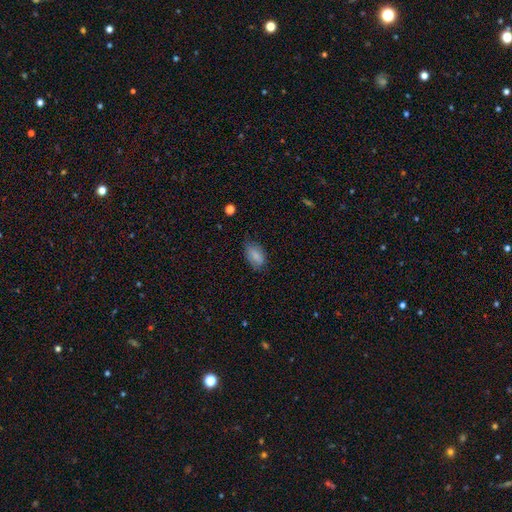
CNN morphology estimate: Q: Smooth or featured?
A: smooth (83%); runner-up: featured or disk (9%)
Q: How rounded?
A: in between (92%); runner-up: round (5%)
Q: Merging?
A: none (64%); runner-up: minor disturbance (28%)